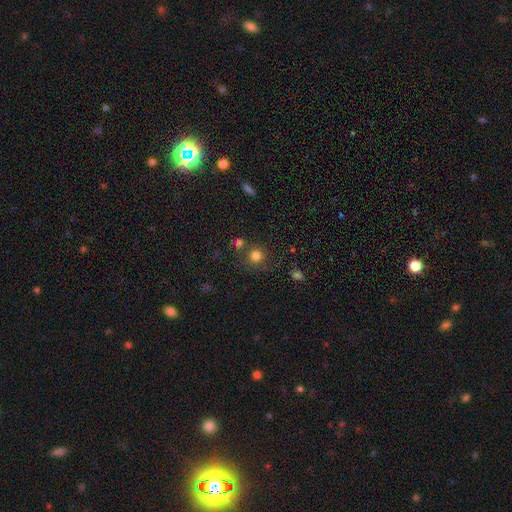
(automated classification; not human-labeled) The model was most divided on "merging": none: 72%, merger: 13%, minor disturbance: 10%, major disturbance: 5%. More confident: how rounded — round (91%); smooth or featured — smooth (78%).